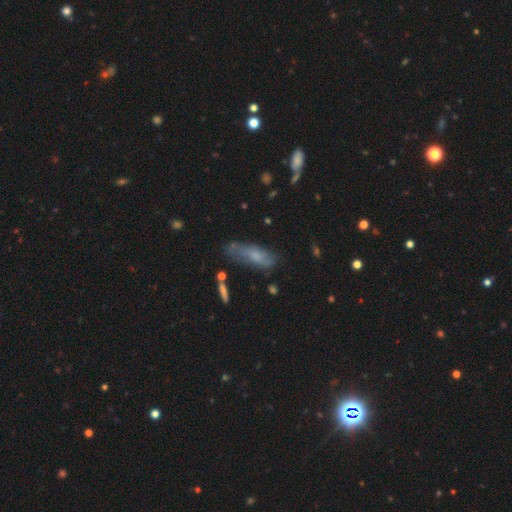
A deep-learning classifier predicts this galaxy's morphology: Overall: smooth (64%; featured or disk 28%). How rounded: in between (60%; cigar-shaped 38%). Merging: none (51%; minor disturbance 30%).